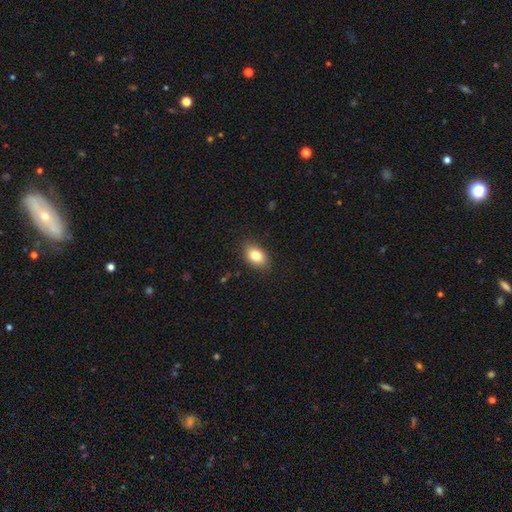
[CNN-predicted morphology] This is clearly a smooth galaxy (81%). How rounded: clearly in between (86%). Merging: clearly none (87%).